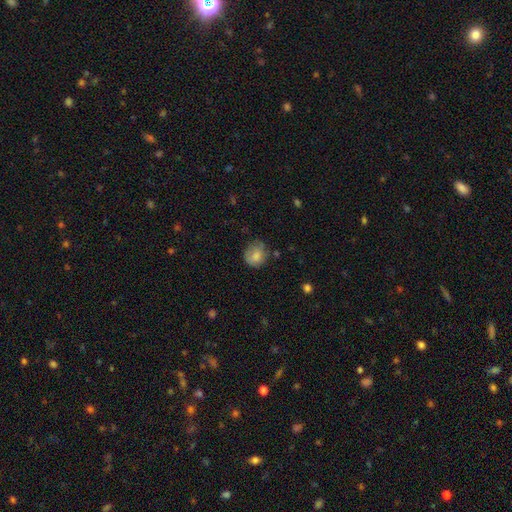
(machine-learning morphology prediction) smooth-or-featured: smooth: 79% | featured or disk: 13% | star or artifact: 8%
  how-rounded: round: 75% | in between: 24% | cigar-shaped: 1%
  merging: none: 62% | minor disturbance: 27% | major disturbance: 9% | merger: 2%